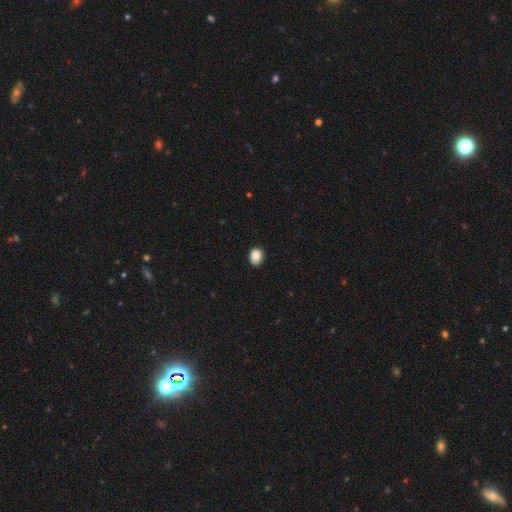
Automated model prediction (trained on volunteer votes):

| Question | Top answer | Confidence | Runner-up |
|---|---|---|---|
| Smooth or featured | smooth | 89% | star or artifact (8%) |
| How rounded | in between | 61% | round (38%) |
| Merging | none | 86% | minor disturbance (11%) |